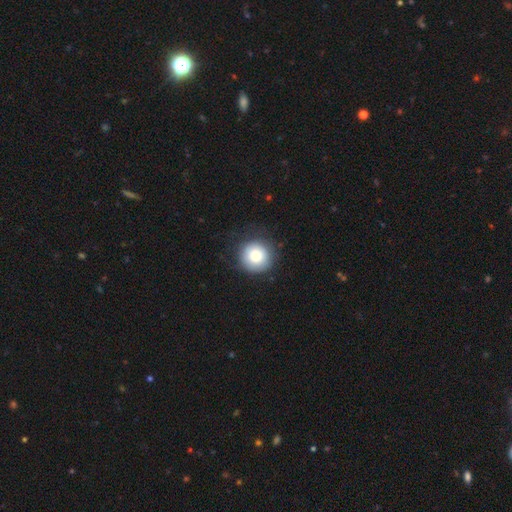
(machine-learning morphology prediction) The model was most divided on "smooth or featured": smooth: 76%, featured or disk: 16%, star or artifact: 9%. More confident: how rounded — round (95%); merging — none (81%).